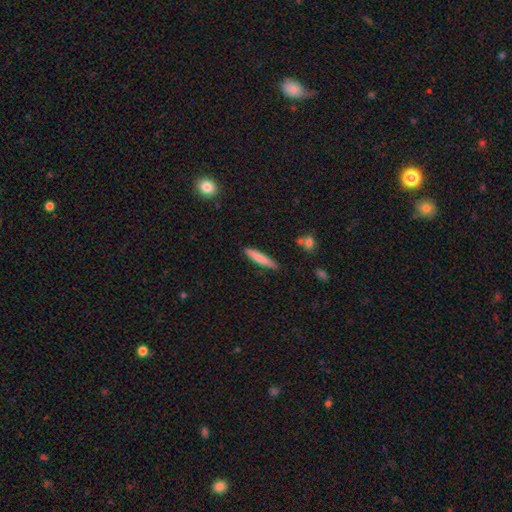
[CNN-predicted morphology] smooth-or-featured: smooth: 73% | featured or disk: 21% | star or artifact: 7%
  how-rounded: cigar-shaped: 92% | in between: 7% | round: 2%
  merging: none: 88% | minor disturbance: 8% | merger: 2% | major disturbance: 2%